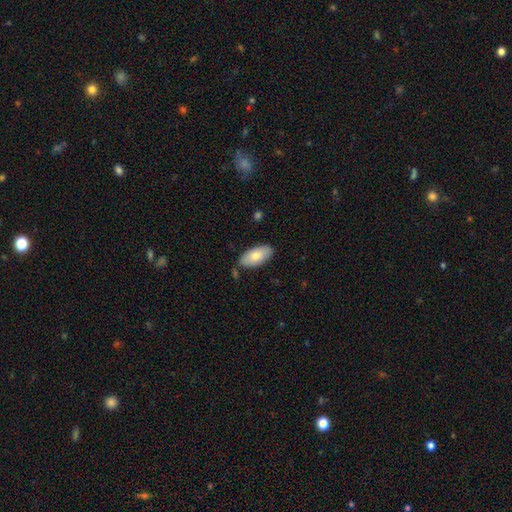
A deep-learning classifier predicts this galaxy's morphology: This is likely a smooth galaxy (77%). How rounded: clearly in between (92%). Merging: clearly none (81%).